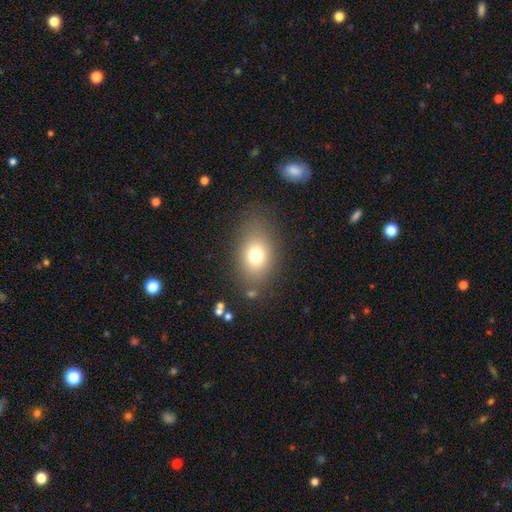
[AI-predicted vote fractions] The model was most divided on "how rounded": in between: 74%, round: 25%, cigar-shaped: 1%. More confident: merging — none (77%); smooth or featured — smooth (74%).